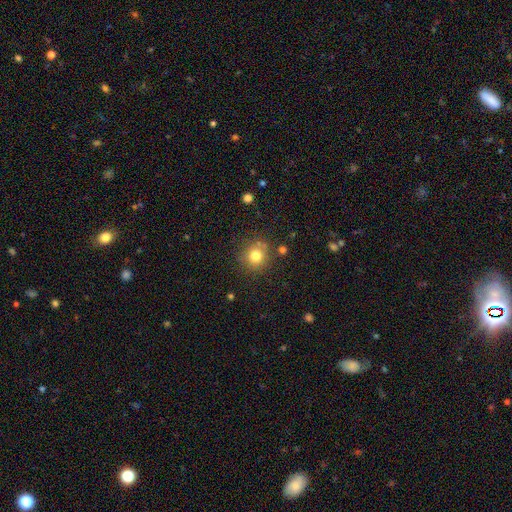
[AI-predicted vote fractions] The model was most divided on "smooth or featured": smooth: 78%, star or artifact: 14%, featured or disk: 9%. More confident: how rounded — round (91%); merging — none (81%).